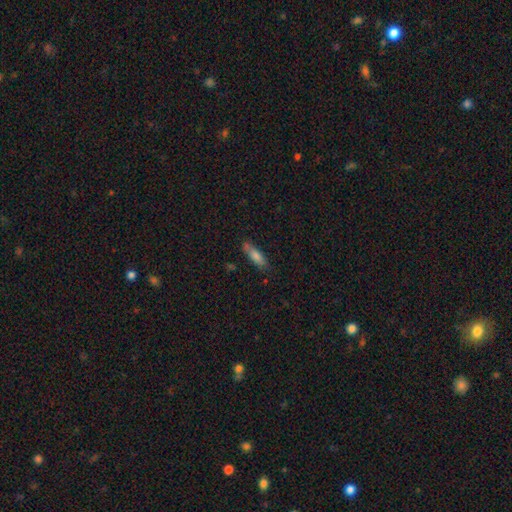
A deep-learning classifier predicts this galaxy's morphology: smooth-or-featured: smooth: 74% | featured or disk: 18% | star or artifact: 7%
  how-rounded: cigar-shaped: 59% | in between: 39% | round: 2%
  merging: none: 76% | minor disturbance: 17% | major disturbance: 4% | merger: 3%